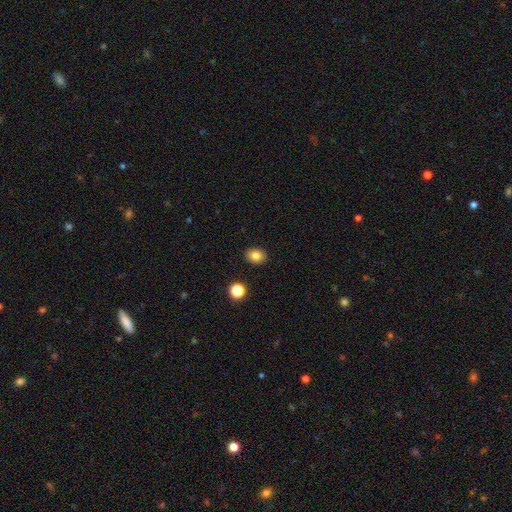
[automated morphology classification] The model was most divided on "how rounded": in between: 50%, round: 49%, cigar-shaped: 1%. More confident: merging — none (90%); smooth or featured — smooth (82%).